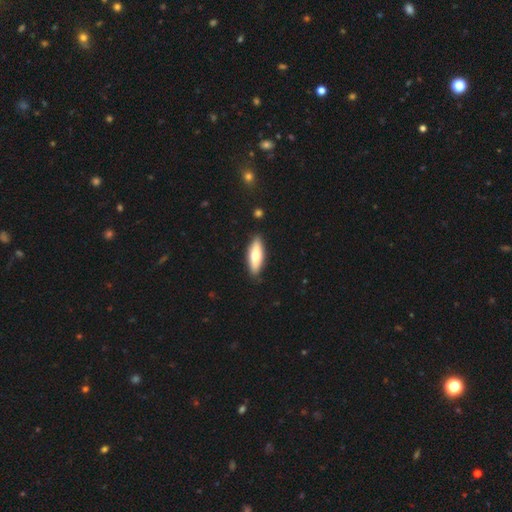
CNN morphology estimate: smooth_or_featured: smooth (p=0.65) [alt: featured or disk p=0.30]
how_rounded: in between (p=0.57) [alt: cigar-shaped p=0.41]
merging: none (p=0.88) [alt: minor disturbance p=0.09]